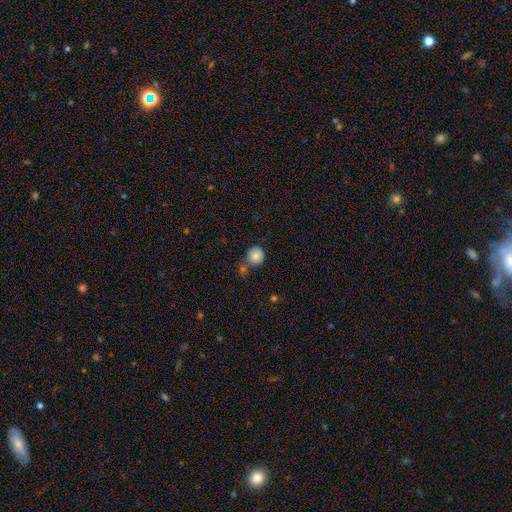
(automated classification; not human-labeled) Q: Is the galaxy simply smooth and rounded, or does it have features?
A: smooth — 84%.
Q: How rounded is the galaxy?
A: round — 88%.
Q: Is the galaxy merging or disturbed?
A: none — 61%.